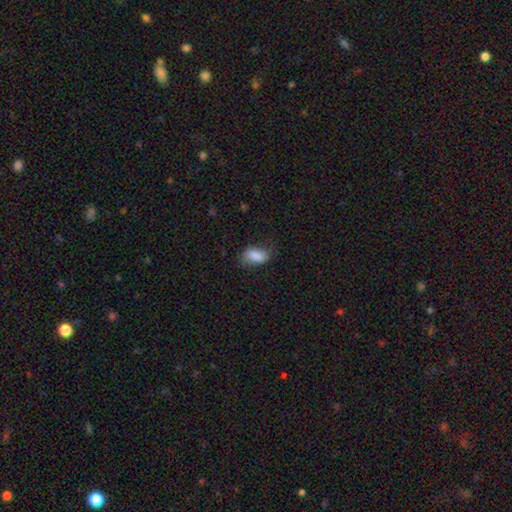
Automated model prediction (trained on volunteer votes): Smooth or featured? smooth (80%)
How rounded? in between (89%)
Merging? none (60%)